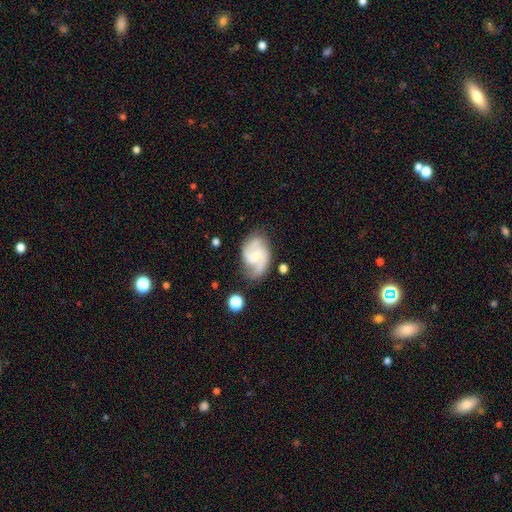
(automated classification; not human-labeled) Q: Smooth or featured?
A: featured or disk (76%); runner-up: smooth (18%)
Q: Edge-on disk?
A: no (97%); runner-up: yes (3%)
Q: Bar?
A: weak (57%); runner-up: no (27%)
Q: Spiral arms?
A: yes (93%); runner-up: no (7%)
Q: Spiral winding?
A: medium (50%); runner-up: loose (30%)
Q: Spiral arm count?
A: 2 (78%); runner-up: can't tell (10%)
Q: Bulge size?
A: small (50%); runner-up: moderate (34%)
Q: Merging?
A: none (63%); runner-up: minor disturbance (24%)